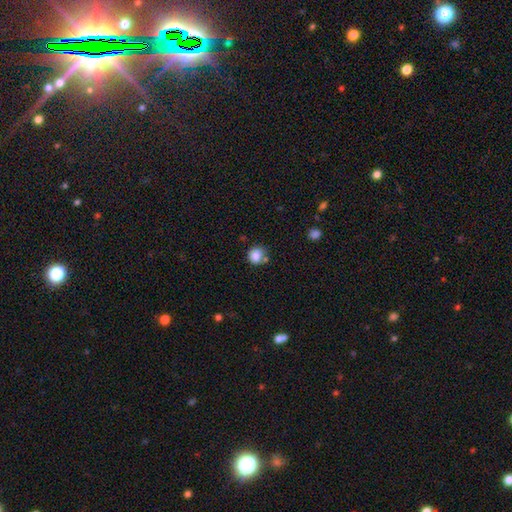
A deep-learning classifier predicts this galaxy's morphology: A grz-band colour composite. It shows a smooth galaxy with no disk features (84%) that is round (79%). Merging: none (63%).